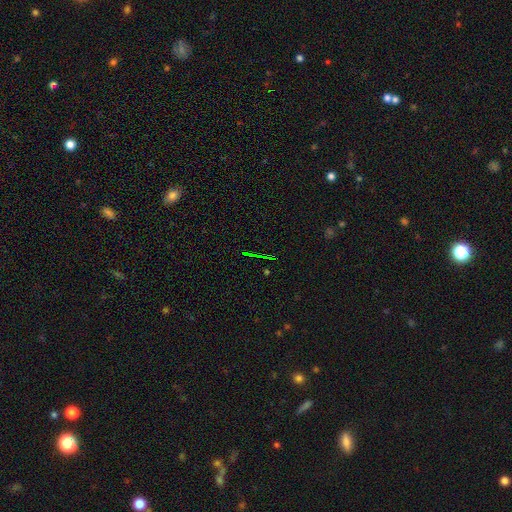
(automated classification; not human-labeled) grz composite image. It shows a star or artifact, not a galaxy (75%).